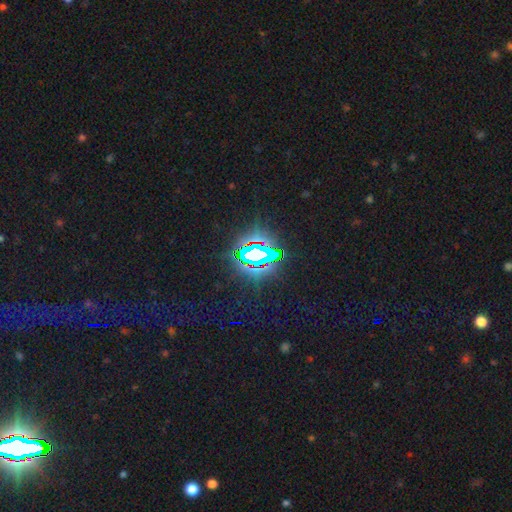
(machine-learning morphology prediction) smooth_or_featured: star or artifact (p=0.77) [alt: smooth p=0.12]